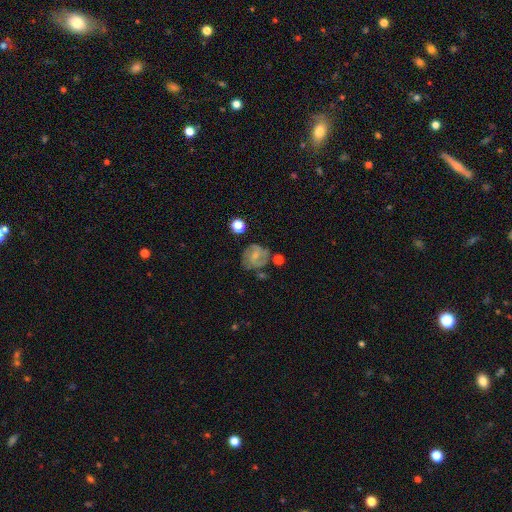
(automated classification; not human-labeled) Overall: featured or disk (61%; smooth 30%). Edge-on disk: no (97%). Bar: no (54%; weak 38%). Spiral arms: yes (81%). Bulge size: small (61%; moderate 28%). Merging: none (58%; minor disturbance 22%).